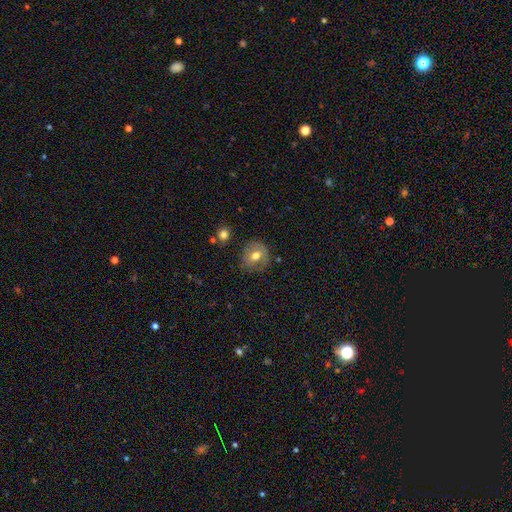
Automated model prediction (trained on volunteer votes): A smooth galaxy with no disk features (65%) that is round (84%).

Vote fractions:
- Smooth or featured? smooth: 65% / featured or disk: 26% / star or artifact: 9%
- How rounded? round: 84% / in between: 15% / cigar-shaped: 1%
- Merging? none: 75% / minor disturbance: 19% / major disturbance: 5% / merger: 2%